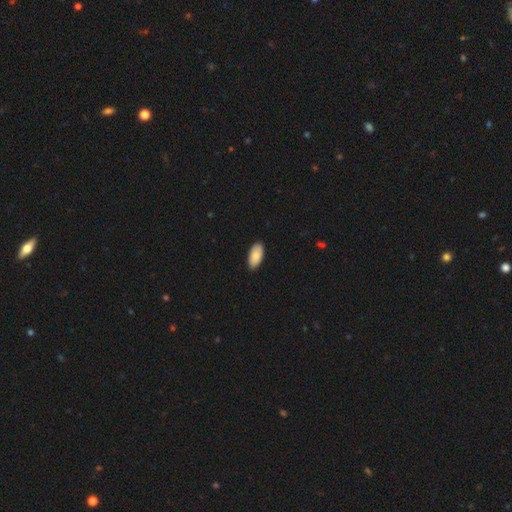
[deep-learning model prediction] A smooth galaxy with no disk features (83%) that is in between round and cigar-shaped (94%). Merging: none (89%).